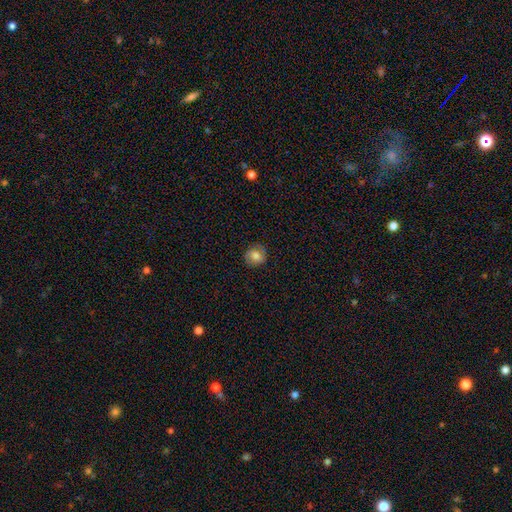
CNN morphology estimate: Smooth or featured: smooth — 69% (featured or disk — 21%)
How rounded: round — 81% (in between — 18%)
Merging: none — 82% (minor disturbance — 13%)